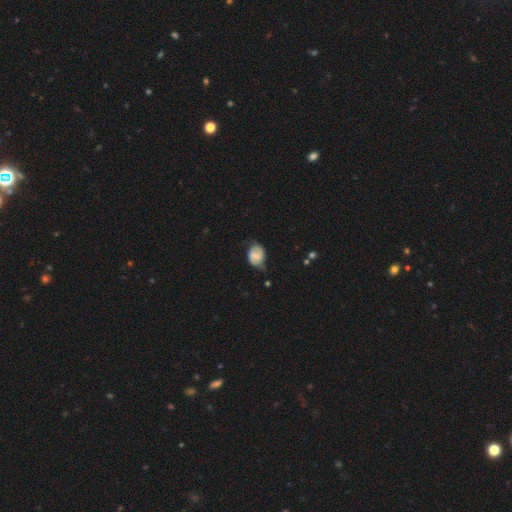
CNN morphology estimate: This appears to be a featured or disk galaxy (48%). Merging: none (57%).